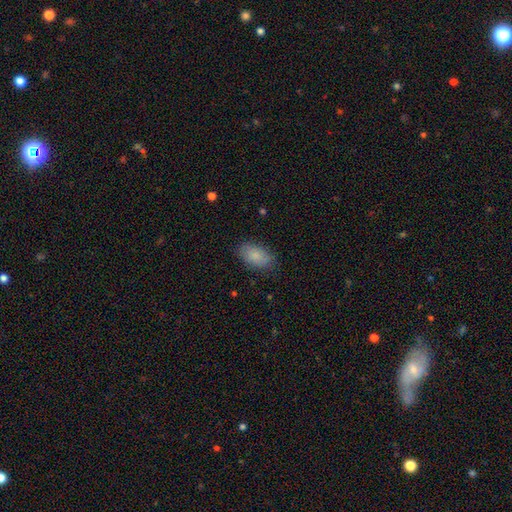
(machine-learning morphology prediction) Overall: smooth (85%). How rounded: in between (92%). Merging: none (82%).